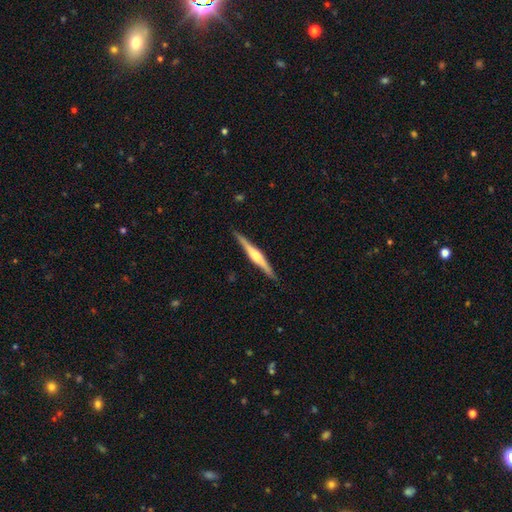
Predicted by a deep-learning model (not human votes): A featured or disk galaxy (77%) viewed edge-on (98%) with a rounded central bulge (82%). Merging: none (90%).